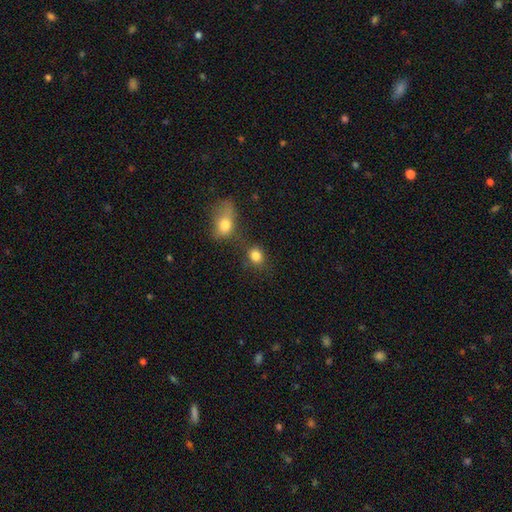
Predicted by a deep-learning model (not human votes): This is clearly a smooth galaxy (82%). How rounded: possibly round (58%). Merging: possibly none (59%).